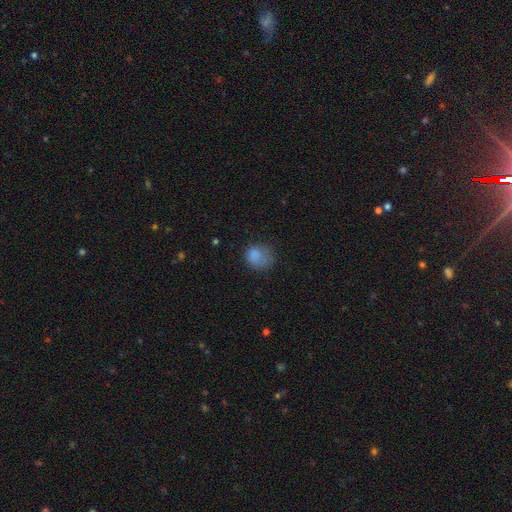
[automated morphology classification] The model was most divided on "merging": none: 50%, minor disturbance: 29%, major disturbance: 19%, merger: 2%. More confident: smooth or featured — smooth (80%); how rounded — round (70%).